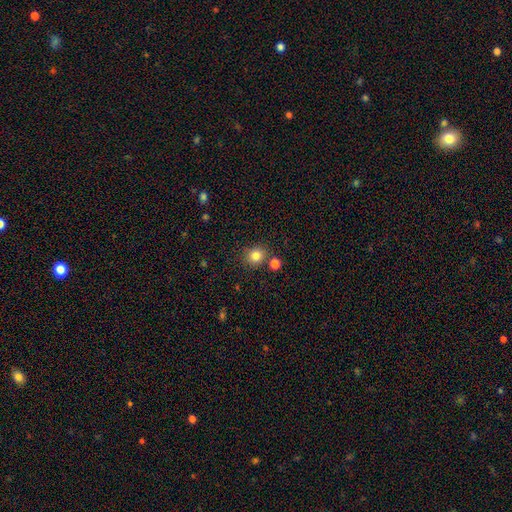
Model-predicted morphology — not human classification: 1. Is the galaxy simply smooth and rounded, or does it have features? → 81% smooth, 12% star or artifact, 6% featured or disk.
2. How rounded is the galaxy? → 82% round, 18% in between, 1% cigar-shaped.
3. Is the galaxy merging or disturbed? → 80% none, 9% minor disturbance, 8% merger, 3% major disturbance.